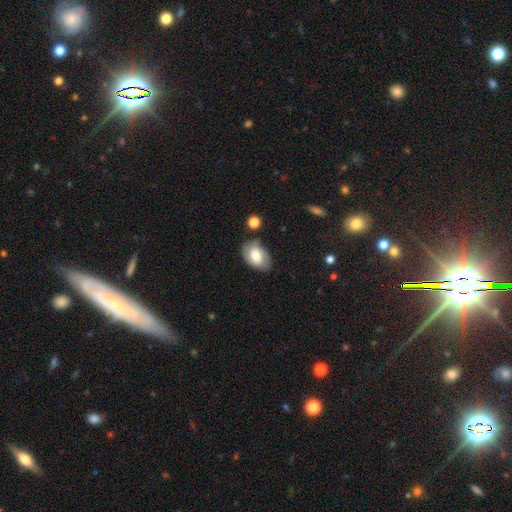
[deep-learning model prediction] This is possibly a smooth galaxy (59%). How rounded: clearly in between (90%). Merging: likely none (76%).